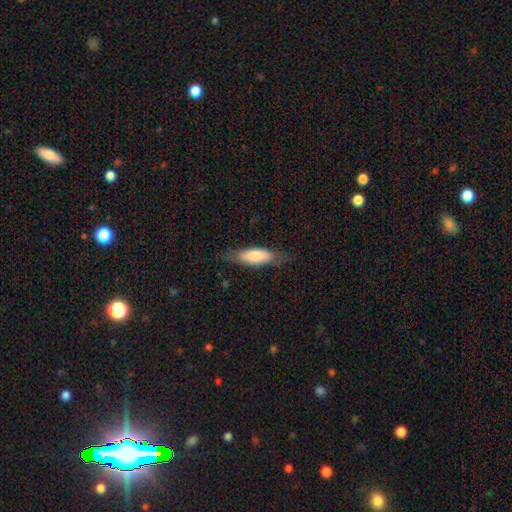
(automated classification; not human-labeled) Morphology: type=smooth (67%); roundness=in between (60%); merging=none (69%).